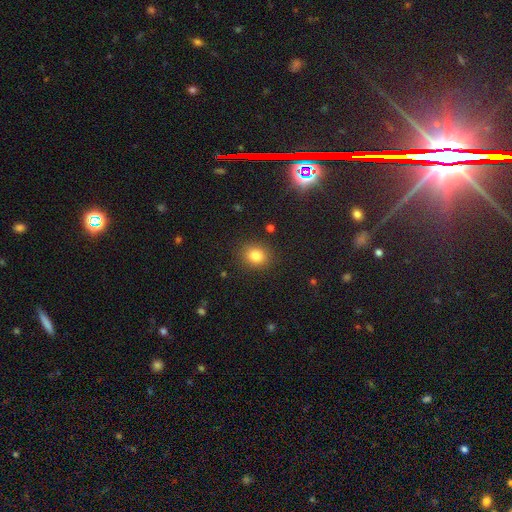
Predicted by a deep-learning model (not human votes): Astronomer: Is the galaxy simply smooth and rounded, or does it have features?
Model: smooth — 82%.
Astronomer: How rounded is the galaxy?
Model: round — 70%.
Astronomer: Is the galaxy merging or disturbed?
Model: none — 87%.